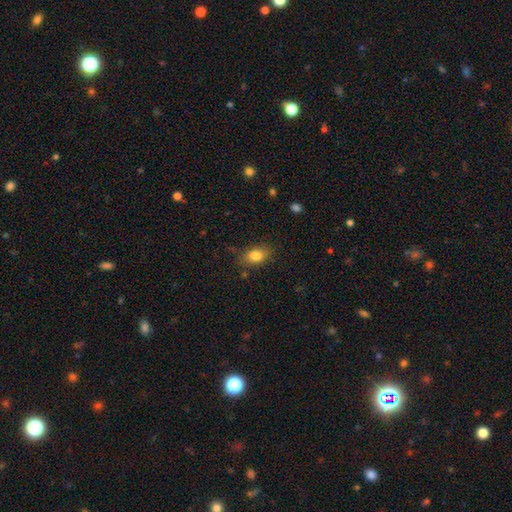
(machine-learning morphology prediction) Q: Smooth or featured?
A: smooth (81%); runner-up: star or artifact (9%)
Q: How rounded?
A: in between (76%); runner-up: round (22%)
Q: Merging?
A: none (78%); runner-up: minor disturbance (16%)